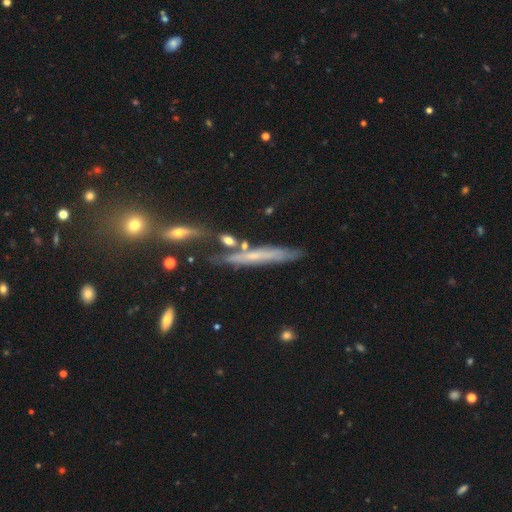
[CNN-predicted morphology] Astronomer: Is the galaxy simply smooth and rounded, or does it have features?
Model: featured or disk — 55% (runner-up: smooth, 36%).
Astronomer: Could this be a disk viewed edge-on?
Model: yes — 85%.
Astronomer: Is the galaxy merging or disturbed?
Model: none — 69%.